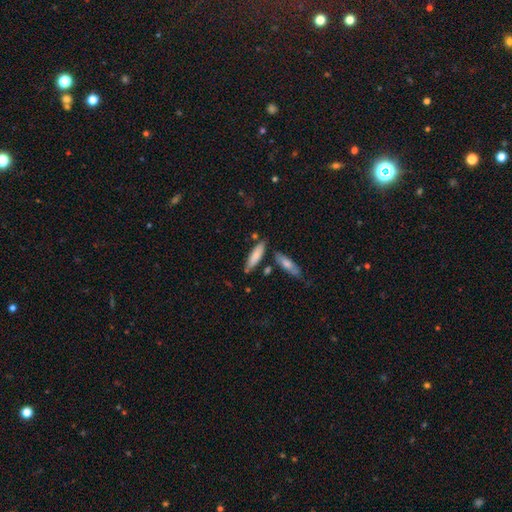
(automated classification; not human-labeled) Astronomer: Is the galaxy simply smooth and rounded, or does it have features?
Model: smooth — 81%.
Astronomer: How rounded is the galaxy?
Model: cigar-shaped — 62% (runner-up: in between, 37%).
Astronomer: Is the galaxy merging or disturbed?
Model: none — 73%.